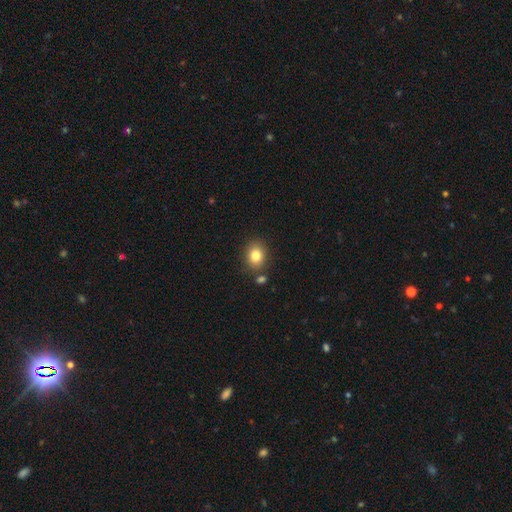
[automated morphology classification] smooth 83%, star or artifact 10%, featured or disk 7%. Down the decision tree: how rounded — round (55%); merging — none (79%).